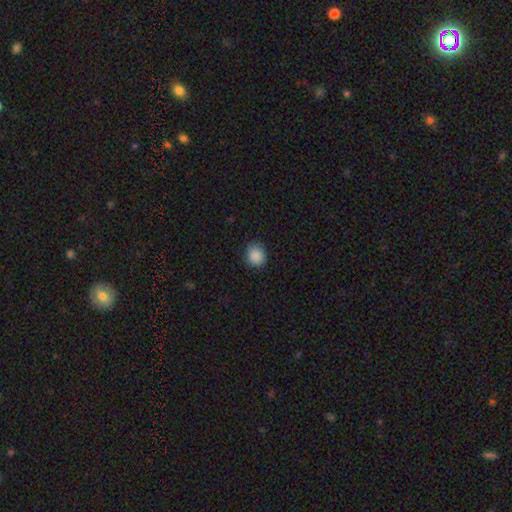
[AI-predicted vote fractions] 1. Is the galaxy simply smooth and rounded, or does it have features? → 88% smooth, 9% star or artifact, 3% featured or disk.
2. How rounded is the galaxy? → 77% round, 22% in between, 1% cigar-shaped.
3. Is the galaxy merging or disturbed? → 85% none, 12% minor disturbance, 3% major disturbance, 1% merger.